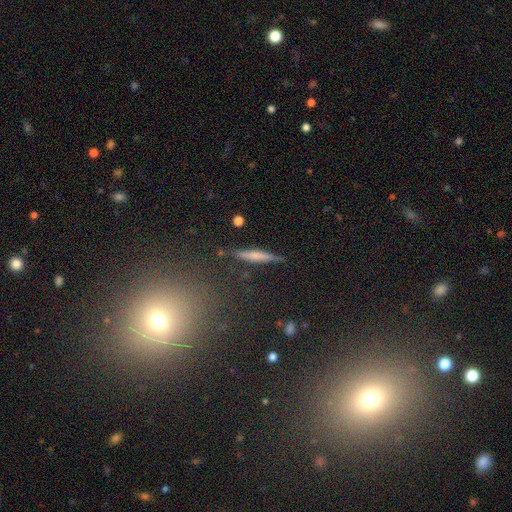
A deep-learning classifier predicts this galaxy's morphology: type=smooth (50%); roundness=cigar-shaped (92%); merging=none (82%).